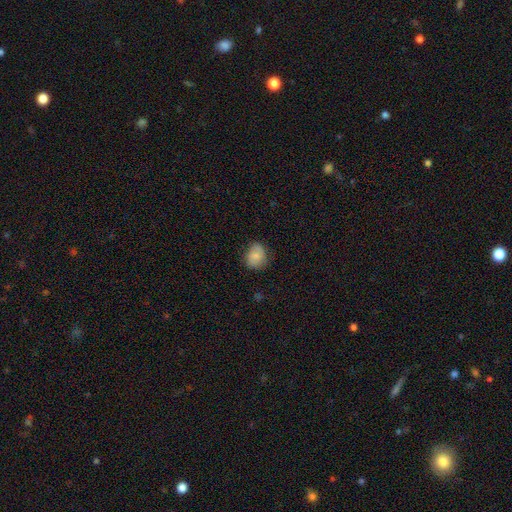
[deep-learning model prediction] Overall: smooth (79%). How rounded: round (53%; in between 46%). Merging: none (73%).